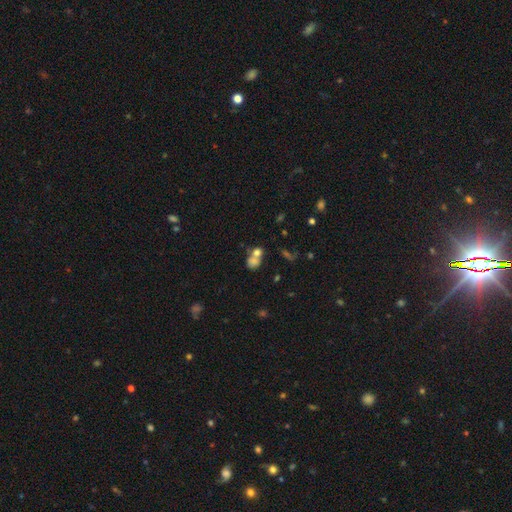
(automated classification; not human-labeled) The model was most divided on "how rounded": round: 58%, in between: 40%, cigar-shaped: 2%. More confident: smooth or featured — smooth (71%); merging — merger (55%).